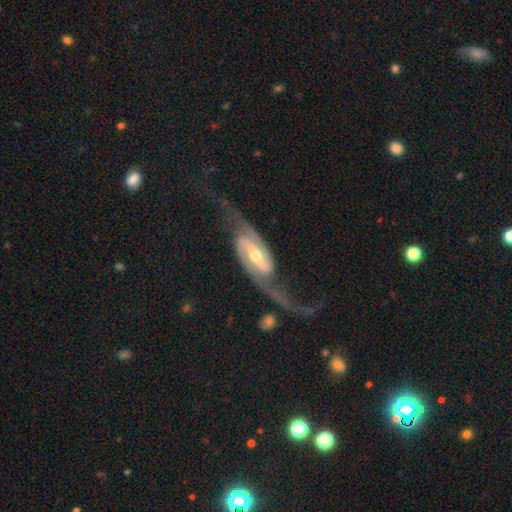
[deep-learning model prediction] Smooth or featured?
  - featured or disk: 91% *
  - smooth: 5%
  - star or artifact: 4%
Edge-on disk?
  - no: 94% *
  - yes: 6%
Bar?
  - strong: 46% *
  - weak: 35%
  - no: 20%
Spiral arms?
  - yes: 97% *
  - no: 3%
Spiral winding?
  - loose: 62% *
  - medium: 27%
  - tight: 11%
Spiral arm count?
  - 2: 93% *
  - can't tell: 2%
  - 1: 2%
  - 3: 1%
  - 4: 1%
  - more than 4: 1%
Bulge size?
  - moderate: 63% *
  - small: 30%
  - large: 4%
  - none: 1%
  - dominant: 1%
Merging?
  - none: 54% *
  - major disturbance: 28%
  - minor disturbance: 13%
  - merger: 4%